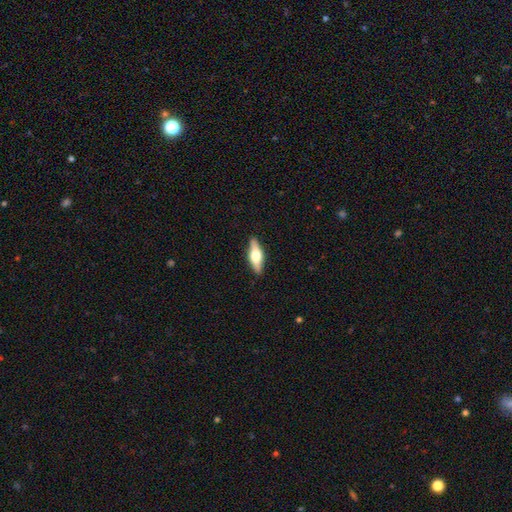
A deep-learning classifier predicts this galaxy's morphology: A featured or disk galaxy (52%) viewed edge-on (92%). Merging: none (89%).